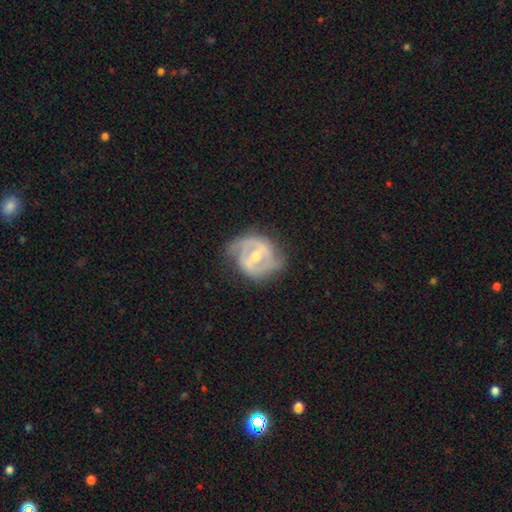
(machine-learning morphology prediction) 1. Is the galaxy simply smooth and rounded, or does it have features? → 81% featured or disk, 14% smooth, 5% star or artifact.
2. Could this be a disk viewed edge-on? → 97% no, 3% yes.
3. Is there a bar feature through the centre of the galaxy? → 43% strong (tied), 43% weak (tied), 14% no.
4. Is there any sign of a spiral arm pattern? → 81% yes, 19% no.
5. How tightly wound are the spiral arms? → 44% tight, 41% medium, 15% loose.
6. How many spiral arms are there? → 70% 2, 16% can't tell, 6% 3, 5% 1, 2% 4, 1% more than 4.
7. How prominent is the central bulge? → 59% moderate, 36% small, 3% large, 2% none, 1% dominant.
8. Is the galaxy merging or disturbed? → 64% none, 24% minor disturbance, 10% major disturbance, 2% merger.